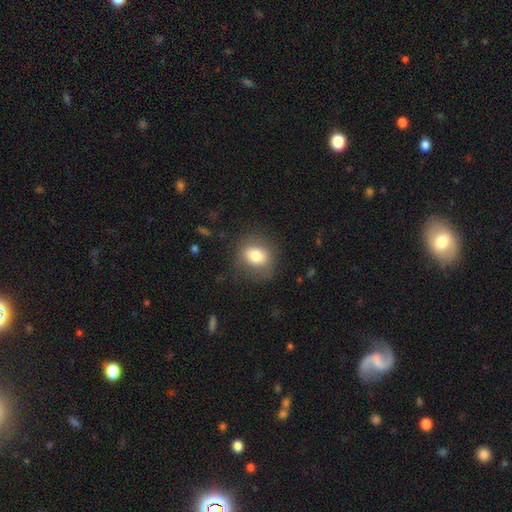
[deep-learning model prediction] Overall: smooth (76%). How rounded: round (60%; in between 39%). Merging: none (76%).